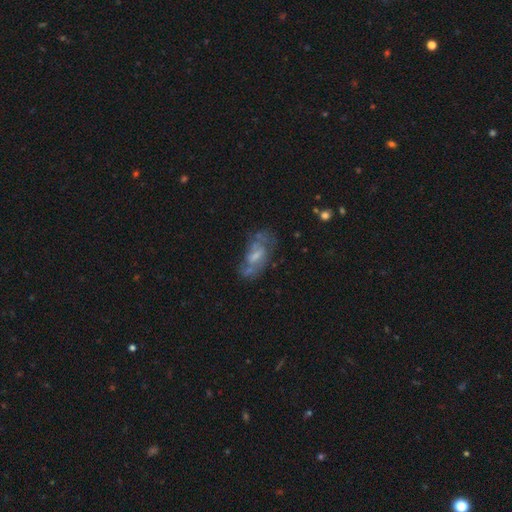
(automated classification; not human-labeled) Overall: featured or disk (62%; smooth 28%). Edge-on disk: no (91%). Bar: weak (47%; no 40%). Spiral arms: yes (63%; no 37%). Bulge size: small (38%; moderate 36%). Merging: none (53%; minor disturbance 23%).